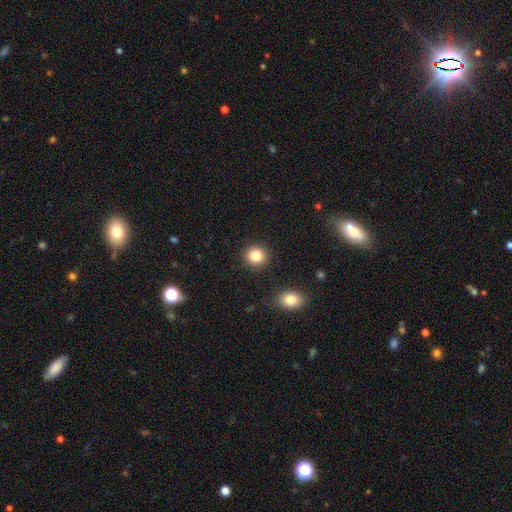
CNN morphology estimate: A smooth galaxy with no disk features (84%) that is round (87%). Merging: none (89%).